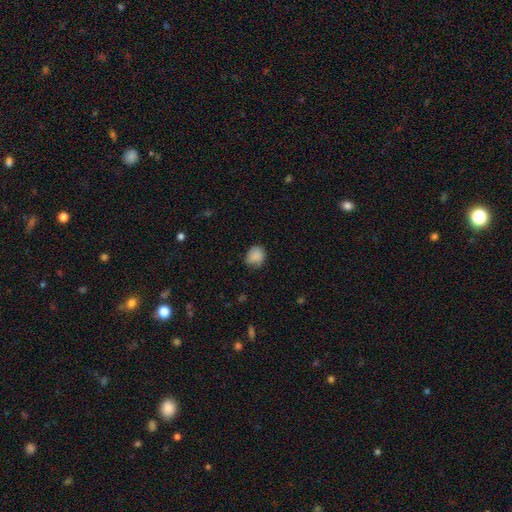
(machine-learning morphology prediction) Smooth or featured? smooth (86%)
How rounded? round (60%)
Merging? none (67%)